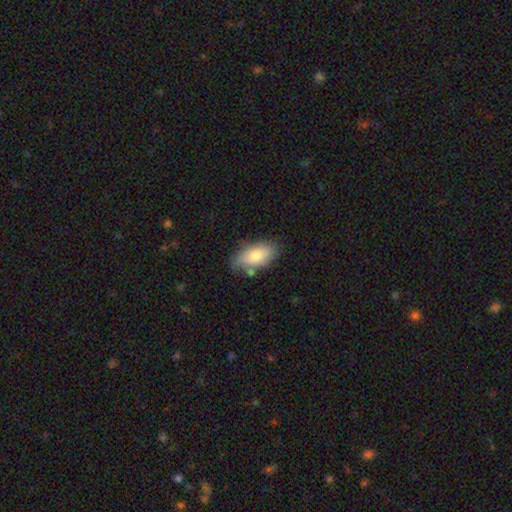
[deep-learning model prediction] A smooth galaxy with no disk features (79%) that is in between round and cigar-shaped (93%).

Vote fractions:
- Smooth or featured? smooth: 79% / featured or disk: 15% / star or artifact: 6%
- How rounded? in between: 93% / cigar-shaped: 4% / round: 3%
- Merging? none: 68% / minor disturbance: 22% / merger: 6% / major disturbance: 5%